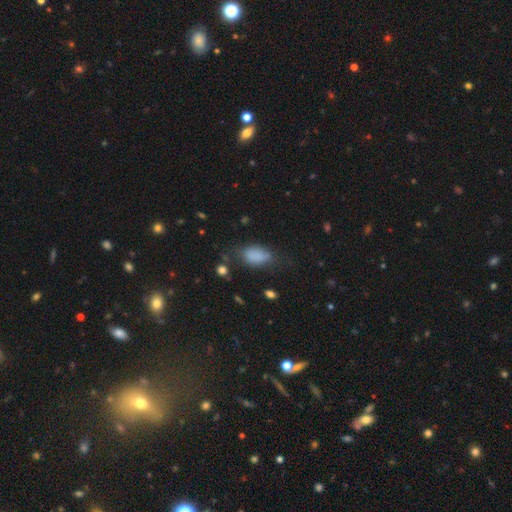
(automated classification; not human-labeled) Smooth or featured? smooth (83%)
How rounded? in between (89%)
Merging? none (56%)